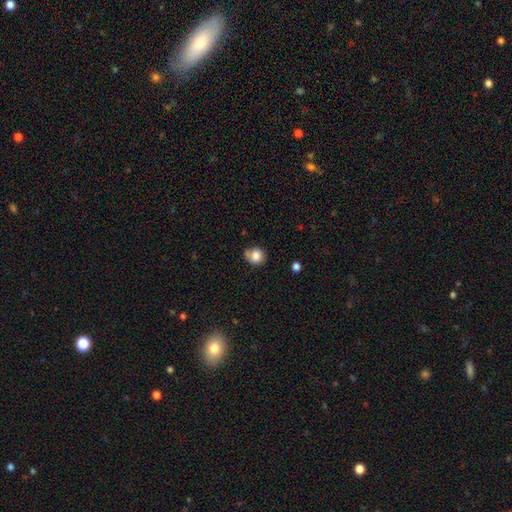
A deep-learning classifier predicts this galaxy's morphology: Smooth or featured: smooth — 81% (star or artifact — 10%)
How rounded: round — 77% (in between — 23%)
Merging: none — 57% (minor disturbance — 28%)